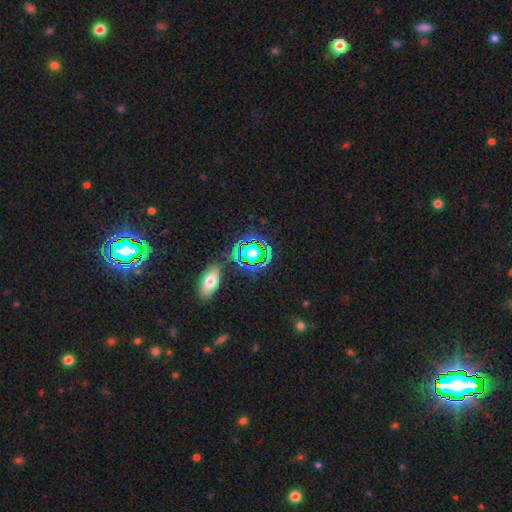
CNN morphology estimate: Smooth or featured? Predicted: star or artifact (p=0.61).